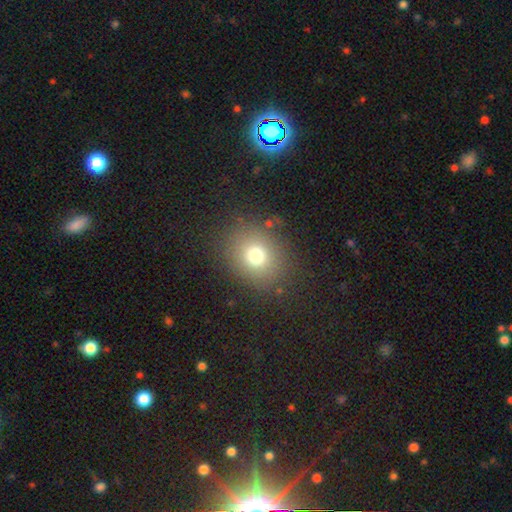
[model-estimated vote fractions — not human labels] This appears to be a smooth galaxy with no disk features (73%) that is round (67%). Merging: none (84%).